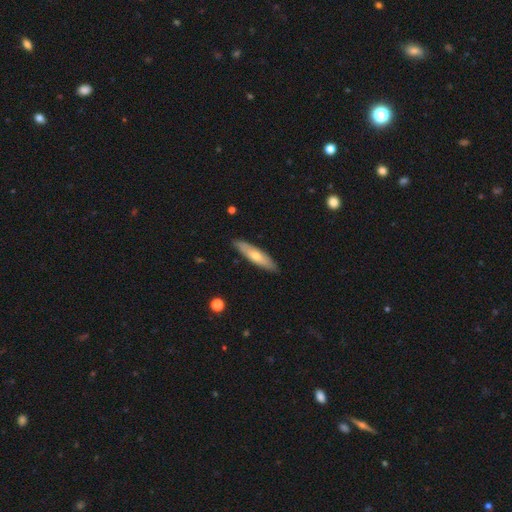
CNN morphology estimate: Q: Smooth or featured?
A: smooth (53%); runner-up: featured or disk (42%)
Q: How rounded?
A: cigar-shaped (73%); runner-up: in between (25%)
Q: Merging?
A: none (88%); runner-up: minor disturbance (9%)